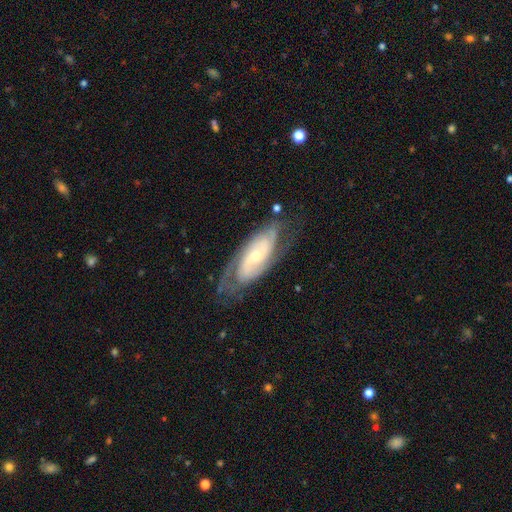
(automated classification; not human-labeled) Smooth or featured? featured or disk (82%)
Edge-on disk? no (91%)
Bar? no (55%)
Spiral arms? yes (95%)
Spiral winding? tight (50%)
Spiral arm count? 2 (56%)
Bulge size? small (55%)
Merging? none (69%)